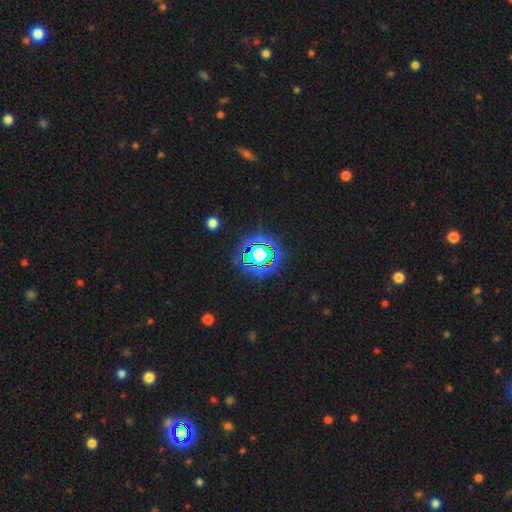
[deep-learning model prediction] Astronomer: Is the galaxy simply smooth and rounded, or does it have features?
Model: star or artifact — 71%.